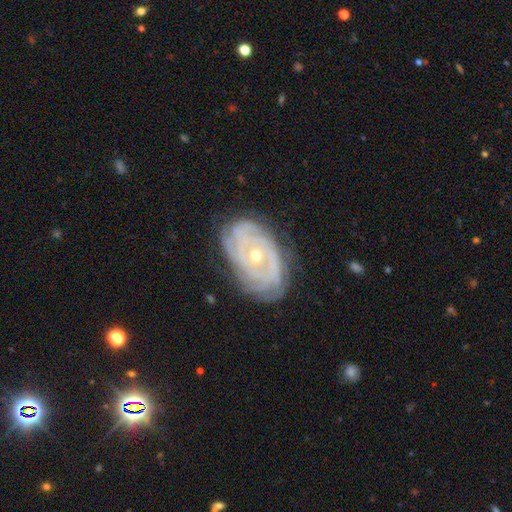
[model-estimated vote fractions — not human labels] Smooth or featured: featured or disk — 85% (smooth — 9%)
Edge-on disk: no — 95% (yes — 5%)
Bar: no — 77% (weak — 18%)
Spiral arms: yes — 92% (no — 8%)
Spiral winding: tight — 78% (medium — 17%)
Spiral arm count: can't tell — 42% (2 — 15%)
Bulge size: small — 49% (moderate — 48%)
Merging: none — 74% (minor disturbance — 19%)